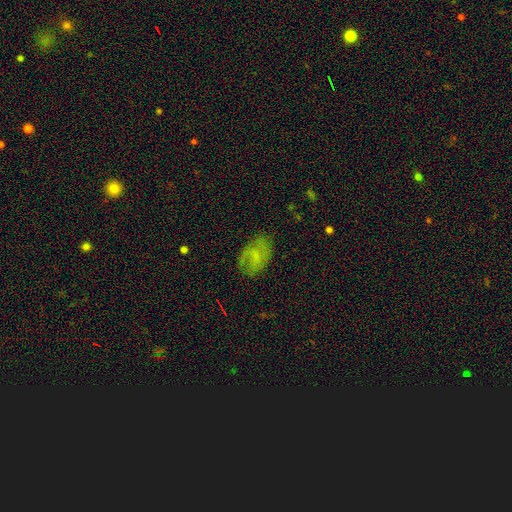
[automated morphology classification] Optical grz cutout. It shows a smooth galaxy with no disk features (50%). Merging: none (66%).